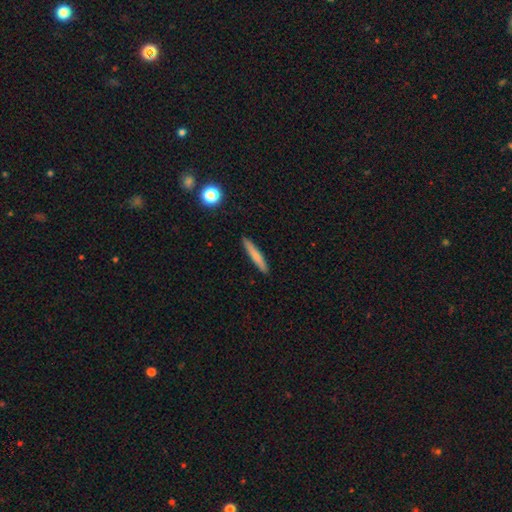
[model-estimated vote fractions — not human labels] Q: Smooth or featured?
A: smooth (71%); runner-up: featured or disk (22%)
Q: How rounded?
A: cigar-shaped (94%); runner-up: in between (4%)
Q: Merging?
A: none (91%); runner-up: minor disturbance (6%)